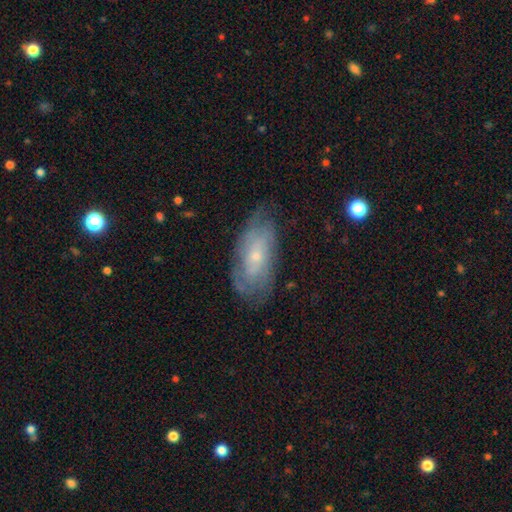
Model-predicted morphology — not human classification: Smooth or featured? featured or disk (64%)
Edge-on disk? no (89%)
Bar? no (72%)
Spiral arms? yes (78%)
Bulge size? small (66%)
Merging? none (69%)